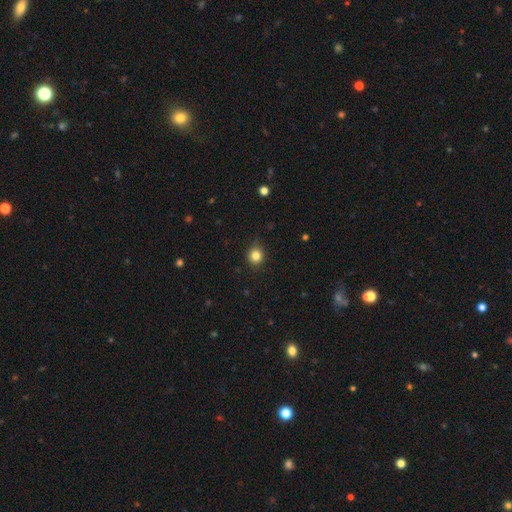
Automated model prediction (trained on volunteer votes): Morphology: type=smooth (83%); roundness=round (83%); merging=none (86%).